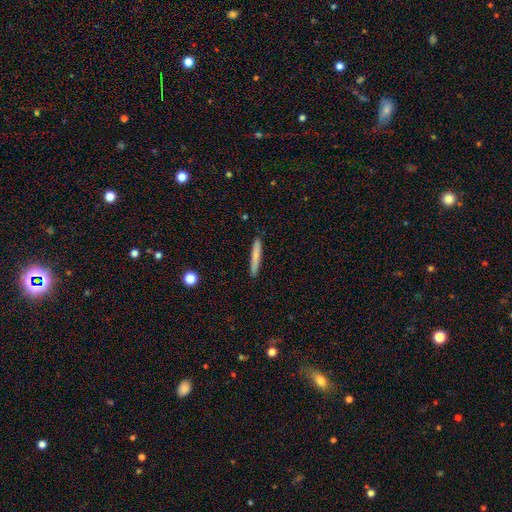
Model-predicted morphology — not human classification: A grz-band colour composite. It shows a smooth galaxy with no disk features (74%) that is cigar-shaped (95%). Merging: none (90%).